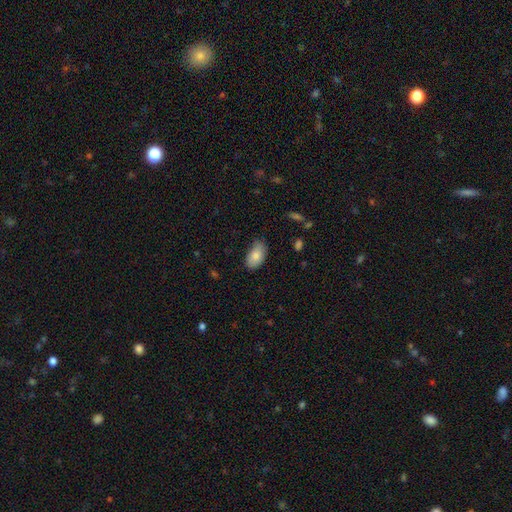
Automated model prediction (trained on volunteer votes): A smooth galaxy with no disk features (83%) that is in between round and cigar-shaped (94%). Merging: none (66%).